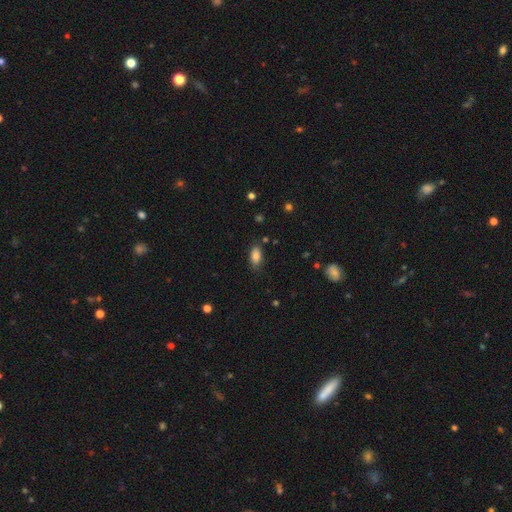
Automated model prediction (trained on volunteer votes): smooth-or-featured: smooth: 84% | star or artifact: 9% | featured or disk: 7%
  how-rounded: in between: 91% | cigar-shaped: 5% | round: 4%
  merging: none: 79% | minor disturbance: 16% | major disturbance: 4% | merger: 2%